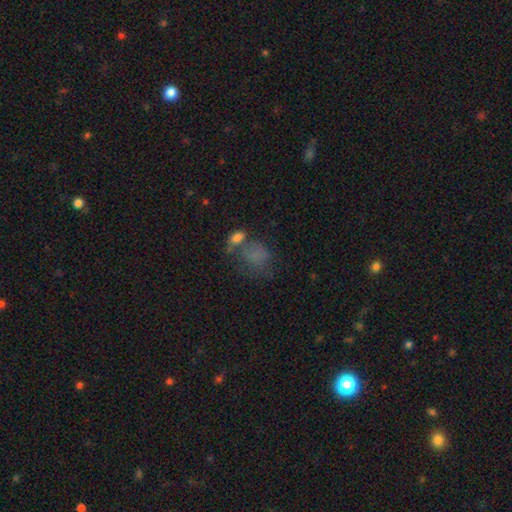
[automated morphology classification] The model was most divided on "merging": none: 32%, merger: 27%, major disturbance: 22%, minor disturbance: 18%. More confident: smooth or featured — smooth (67%); how rounded — in between (54%).